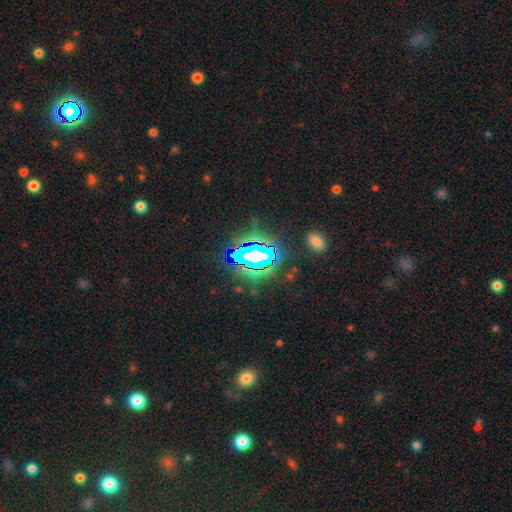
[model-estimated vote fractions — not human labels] smooth_or_featured: star or artifact (p=0.73) [alt: featured or disk p=0.14]